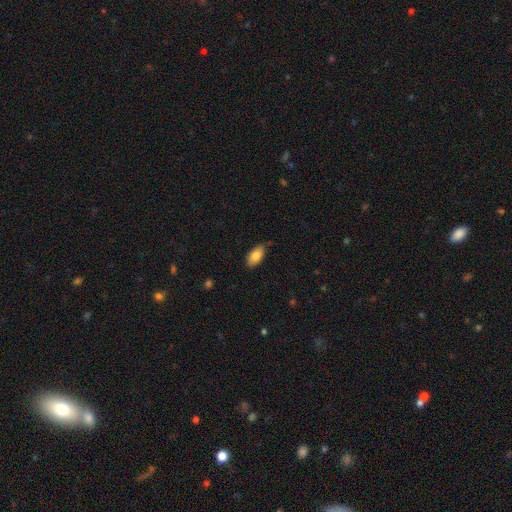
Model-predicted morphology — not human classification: A smooth galaxy with no disk features (83%) that is in between round and cigar-shaped (93%).

Vote fractions:
- Smooth or featured? smooth: 83% / featured or disk: 10% / star or artifact: 7%
- How rounded? in between: 93% / cigar-shaped: 4% / round: 3%
- Merging? none: 84% / minor disturbance: 13% / major disturbance: 2% / merger: 1%